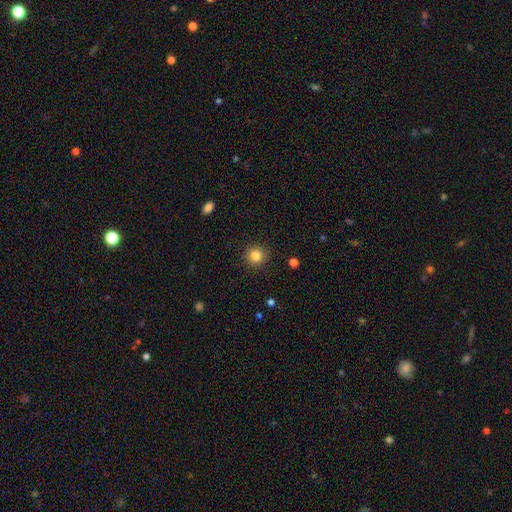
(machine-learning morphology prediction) Smooth or featured: smooth — 84% (star or artifact — 11%)
How rounded: round — 93% (in between — 6%)
Merging: none — 91% (minor disturbance — 6%)